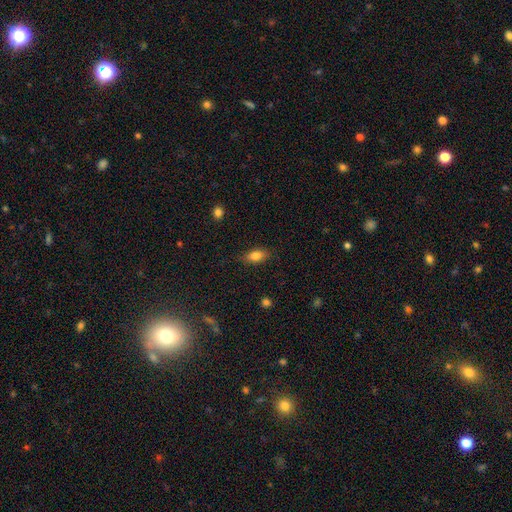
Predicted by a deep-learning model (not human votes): Smooth or featured?
  - smooth: 82% *
  - featured or disk: 10%
  - star or artifact: 8%
How rounded?
  - in between: 86% *
  - round: 7%
  - cigar-shaped: 7%
Merging?
  - none: 81% *
  - minor disturbance: 15%
  - major disturbance: 3%
  - merger: 1%